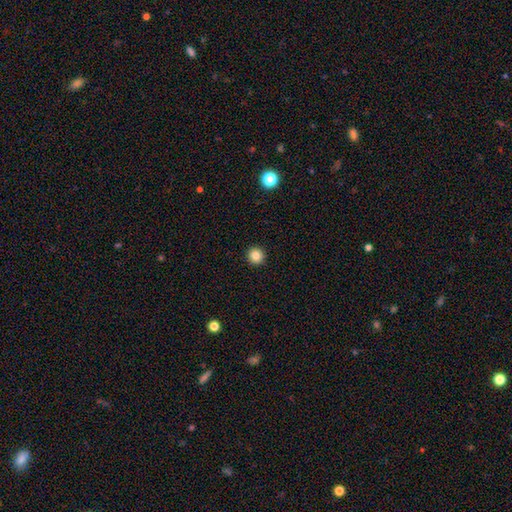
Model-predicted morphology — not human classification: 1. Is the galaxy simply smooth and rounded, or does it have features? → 84% smooth, 11% star or artifact, 4% featured or disk.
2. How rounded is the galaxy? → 96% round, 3% in between, 1% cigar-shaped.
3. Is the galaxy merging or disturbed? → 94% none, 4% minor disturbance, 1% major disturbance, 1% merger.